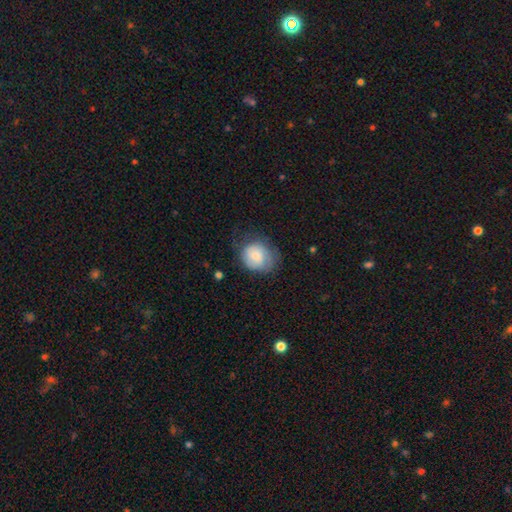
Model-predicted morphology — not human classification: Smooth or featured? Predicted: smooth (p=0.70). How rounded? Predicted: round (p=0.68). Merging? Predicted: none (p=0.52).